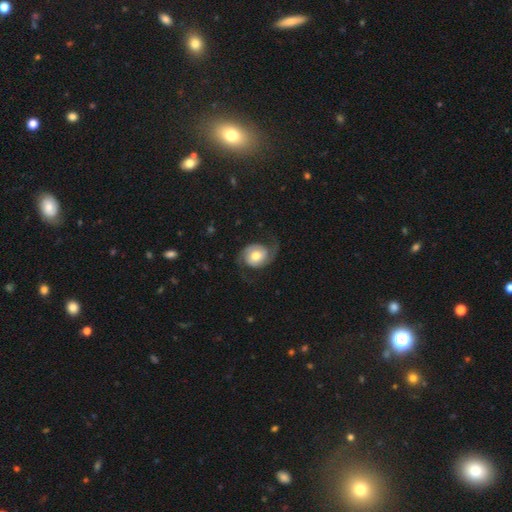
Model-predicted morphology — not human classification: This is likely a featured or disk galaxy (79%). It is clearly not viewed edge-on (98%). Bar: likely no (68%). Spiral arm pattern: clearly yes (95%). Spiral arm count: clearly 2 (92%). Spiral winding: marginally loose (41%, tied with medium). Central bulge: likely moderate (66%). Merging: likely none (72%).